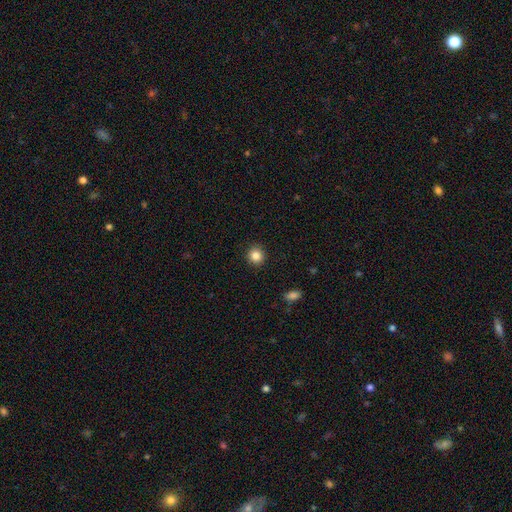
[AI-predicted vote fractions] Smooth or featured?
  - smooth: 85% *
  - star or artifact: 10%
  - featured or disk: 4%
How rounded?
  - round: 92% *
  - in between: 8%
  - cigar-shaped: 1%
Merging?
  - none: 91% *
  - minor disturbance: 6%
  - major disturbance: 2%
  - merger: 1%